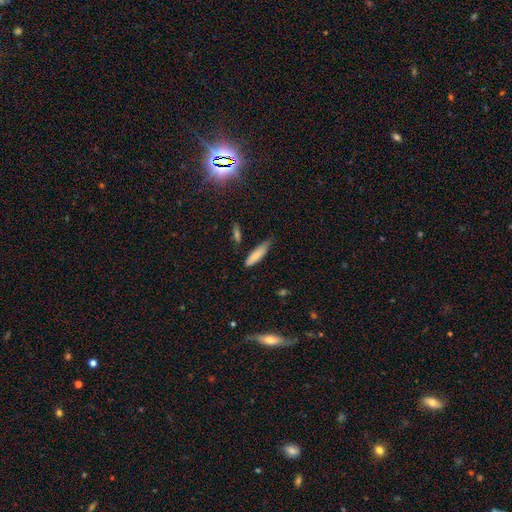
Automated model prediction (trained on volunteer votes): Morphology: type=smooth (81%); roundness=cigar-shaped (64%); merging=none (57%).